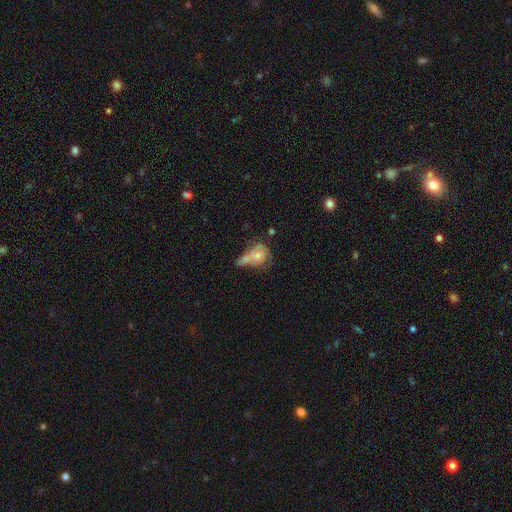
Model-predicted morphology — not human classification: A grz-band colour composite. It shows a smooth galaxy with no disk features (50%) that is in between round and cigar-shaped (54%). Merging: merger (43%).